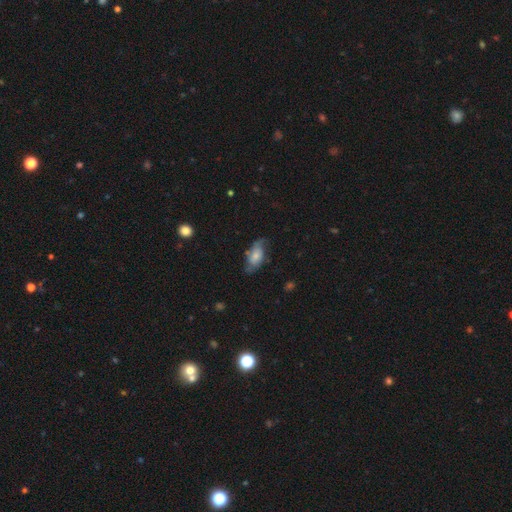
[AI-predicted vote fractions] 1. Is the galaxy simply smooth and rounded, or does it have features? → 56% smooth, 36% featured or disk, 7% star or artifact.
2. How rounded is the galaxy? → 89% in between, 6% cigar-shaped, 5% round.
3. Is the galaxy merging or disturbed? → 56% none, 29% minor disturbance, 13% major disturbance, 2% merger.